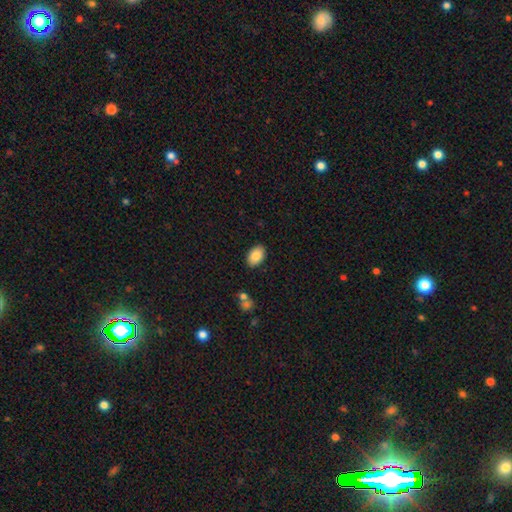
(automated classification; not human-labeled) A smooth galaxy with no disk features (85%) that is in between round and cigar-shaped (91%).

Vote fractions:
- Smooth or featured? smooth: 85% / featured or disk: 8% / star or artifact: 7%
- How rounded? in between: 91% / round: 8% / cigar-shaped: 1%
- Merging? none: 88% / minor disturbance: 9% / major disturbance: 2% / merger: 2%